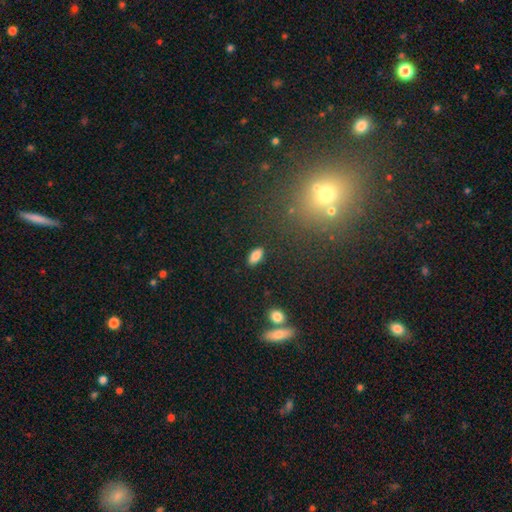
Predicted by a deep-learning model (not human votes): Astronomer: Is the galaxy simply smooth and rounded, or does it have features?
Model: smooth — 85%.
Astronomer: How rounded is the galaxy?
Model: in between — 91%.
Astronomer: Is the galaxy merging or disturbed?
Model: none — 88%.